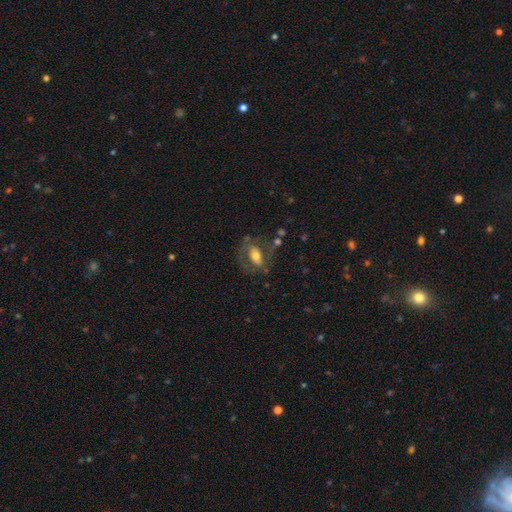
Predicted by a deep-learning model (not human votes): A featured or disk galaxy (46%, tied with smooth).

Vote fractions:
- Smooth or featured? featured or disk: 46% (tied) / smooth: 46% (tied) / star or artifact: 8%
- Merging? none: 55% / major disturbance: 20% / minor disturbance: 19% / merger: 5%